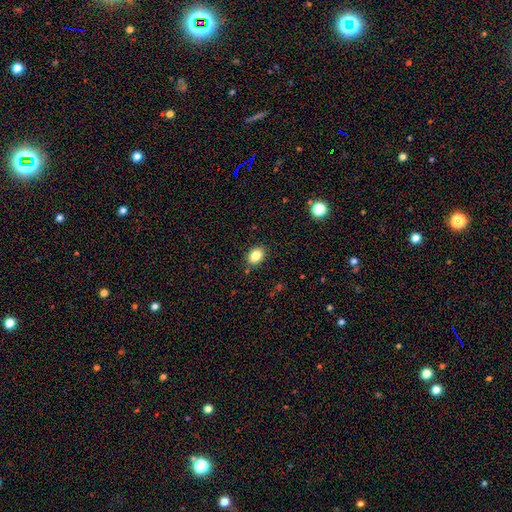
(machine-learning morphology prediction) A smooth galaxy with no disk features (84%) that is in between round and cigar-shaped (76%). Merging: none (87%).